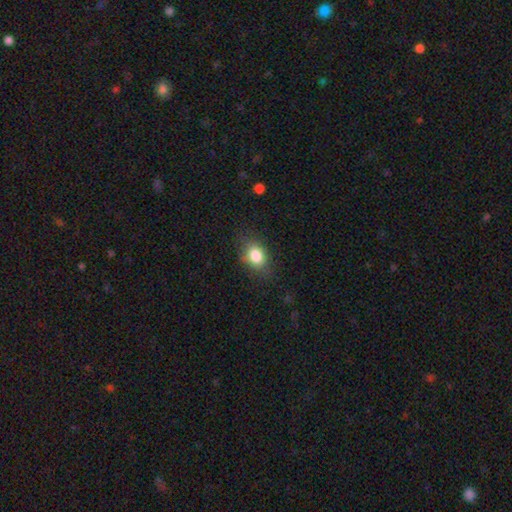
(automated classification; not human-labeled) smooth 82%, star or artifact 9%, featured or disk 9%. Down the decision tree: how rounded — in between (70%); merging — none (73%).